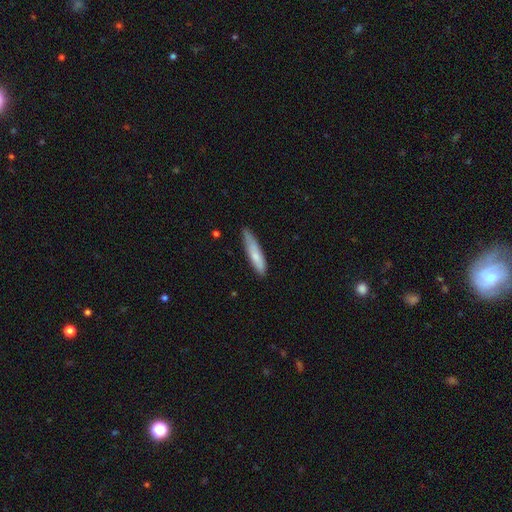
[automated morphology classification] The model was most divided on "smooth or featured": smooth: 73%, featured or disk: 22%, star or artifact: 6%. More confident: how rounded — cigar-shaped (84%); merging — none (74%).